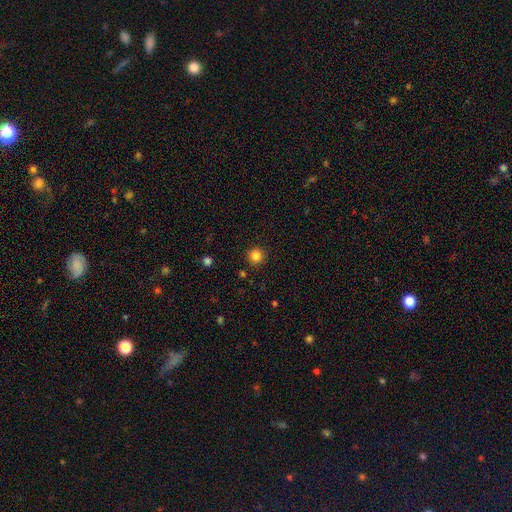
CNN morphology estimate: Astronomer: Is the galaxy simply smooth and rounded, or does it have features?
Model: smooth — 84%.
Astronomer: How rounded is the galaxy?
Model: round — 95%.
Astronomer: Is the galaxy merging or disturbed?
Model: none — 91%.